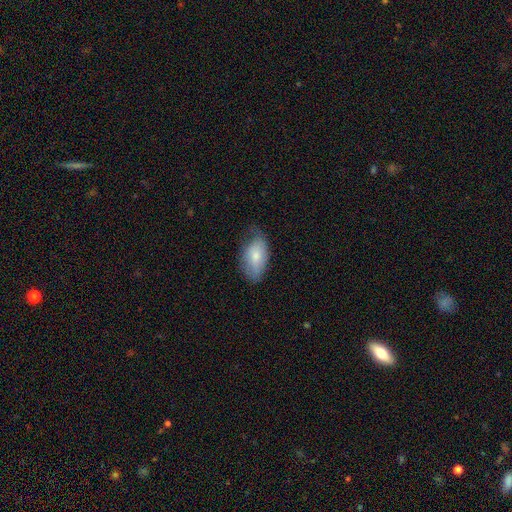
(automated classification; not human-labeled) Smooth or featured? Predicted: smooth (p=0.74). How rounded? Predicted: in between (p=0.93). Merging? Predicted: none (p=0.53).